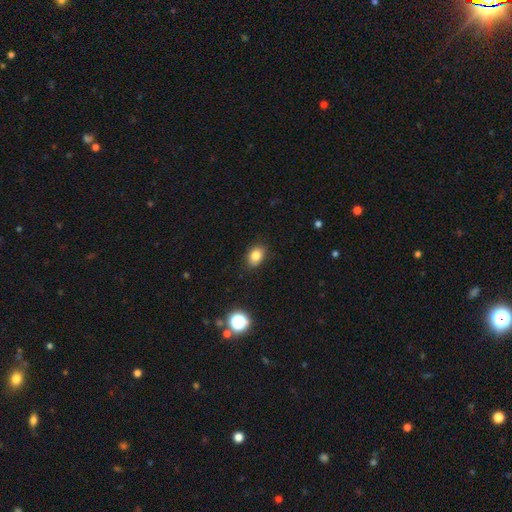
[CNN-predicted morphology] Q: Smooth or featured?
A: smooth (82%); runner-up: star or artifact (11%)
Q: How rounded?
A: in between (72%); runner-up: round (27%)
Q: Merging?
A: none (86%); runner-up: minor disturbance (10%)